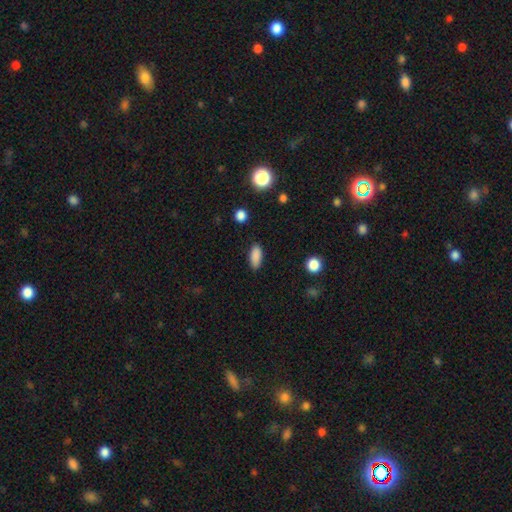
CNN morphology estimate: type=smooth (88%); roundness=in between (83%); merging=none (86%).